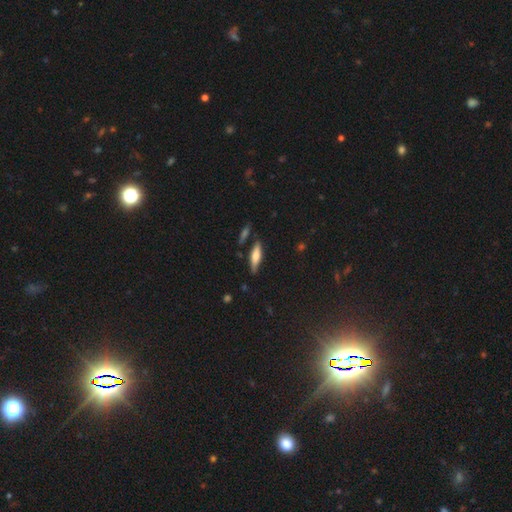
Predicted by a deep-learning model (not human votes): Smooth or featured? Predicted: smooth (p=0.51). How rounded? Predicted: cigar-shaped (p=0.65). Merging? Predicted: none (p=0.81).